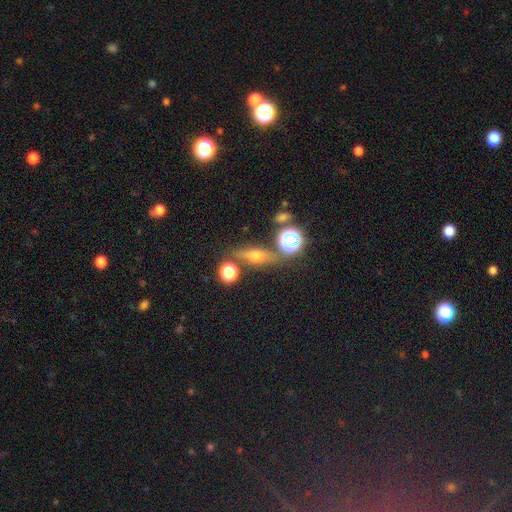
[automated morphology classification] A featured or disk galaxy (47%). Merging: none (79%).